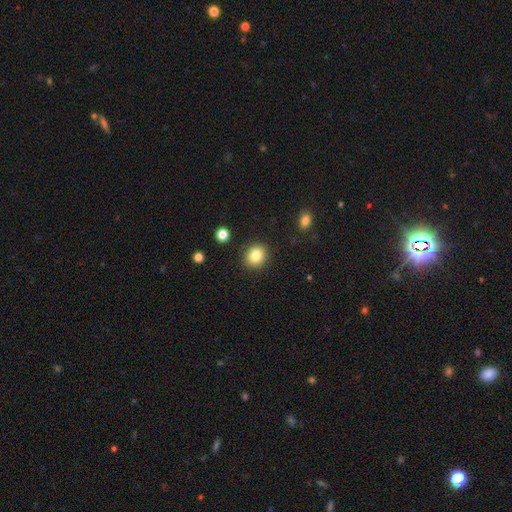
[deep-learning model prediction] smooth 83%, star or artifact 10%, featured or disk 7%. Down the decision tree: how rounded — round (75%); merging — none (89%).